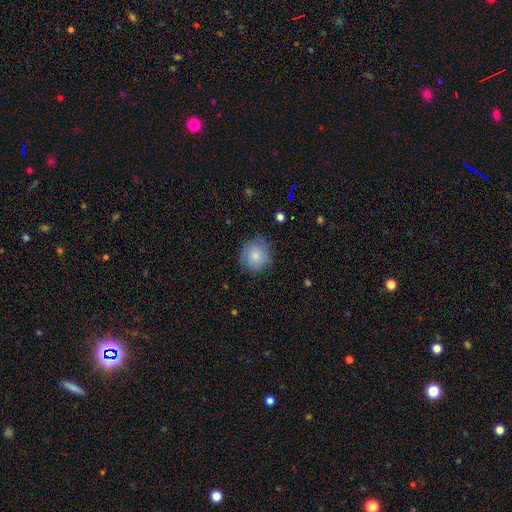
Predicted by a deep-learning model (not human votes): A smooth galaxy with no disk features (78%) that is round (90%).

Vote fractions:
- Smooth or featured? smooth: 78% / featured or disk: 15% / star or artifact: 7%
- How rounded? round: 90% / in between: 9% / cigar-shaped: 1%
- Merging? none: 81% / minor disturbance: 14% / major disturbance: 4% / merger: 1%